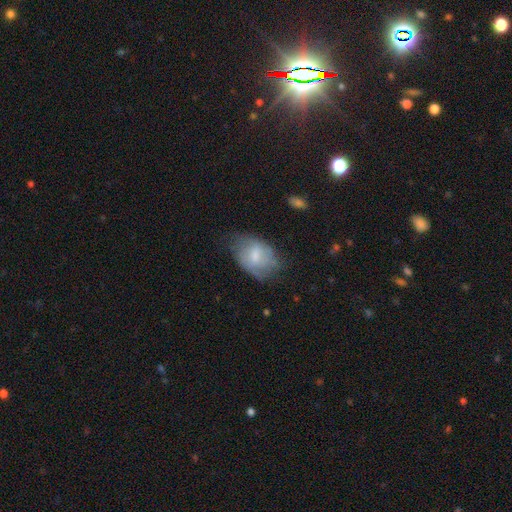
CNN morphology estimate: Smooth or featured: smooth — 61% (featured or disk — 32%)
How rounded: in between — 83% (round — 16%)
Merging: none — 48% (minor disturbance — 35%)